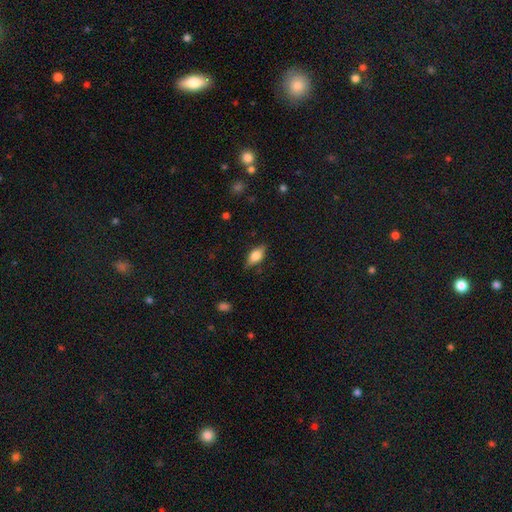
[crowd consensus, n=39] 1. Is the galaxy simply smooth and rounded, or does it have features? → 64% smooth, 28% featured or disk, 8% star or artifact.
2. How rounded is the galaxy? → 84% in between, 16% cigar-shaped, 0% round.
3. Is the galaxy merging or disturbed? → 81% none, 14% minor disturbance, 6% major disturbance, 0% merger.